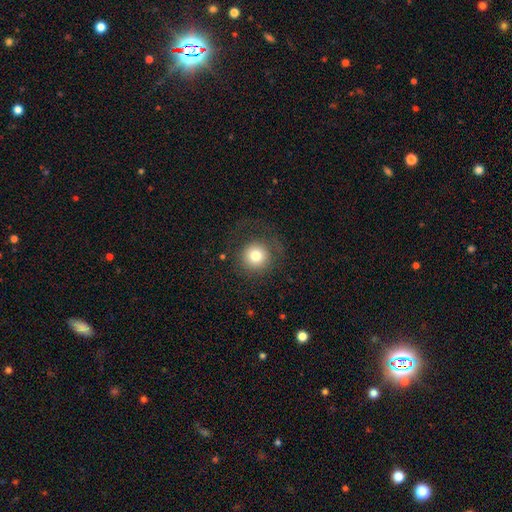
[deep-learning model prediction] A smooth galaxy with no disk features (76%) that is round (94%). Merging: none (71%).